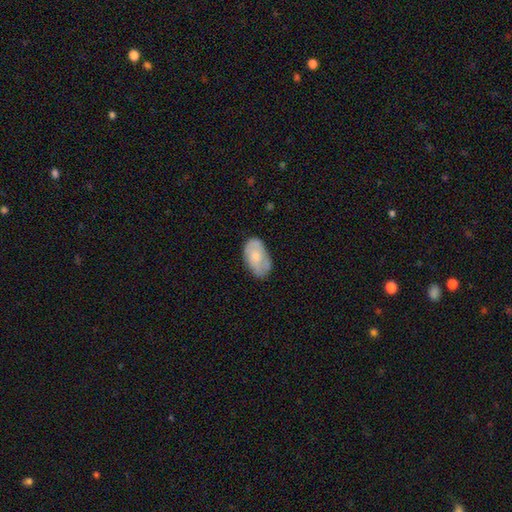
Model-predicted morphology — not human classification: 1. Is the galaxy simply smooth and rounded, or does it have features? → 64% smooth, 30% featured or disk, 6% star or artifact.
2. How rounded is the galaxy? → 93% in between, 6% round, 1% cigar-shaped.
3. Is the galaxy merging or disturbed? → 67% none, 25% minor disturbance, 6% major disturbance, 2% merger.